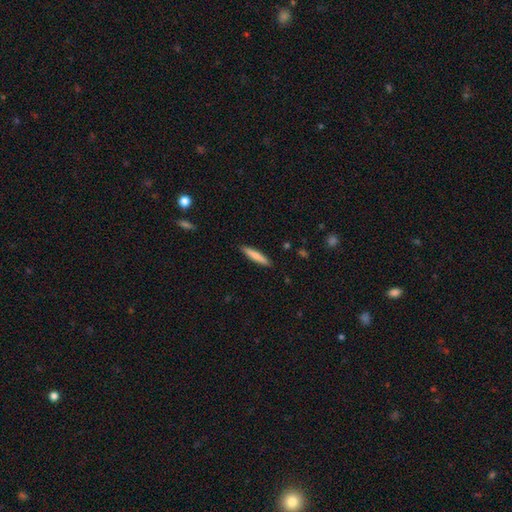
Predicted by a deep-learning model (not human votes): Smooth or featured? smooth (78%)
How rounded? cigar-shaped (90%)
Merging? none (90%)